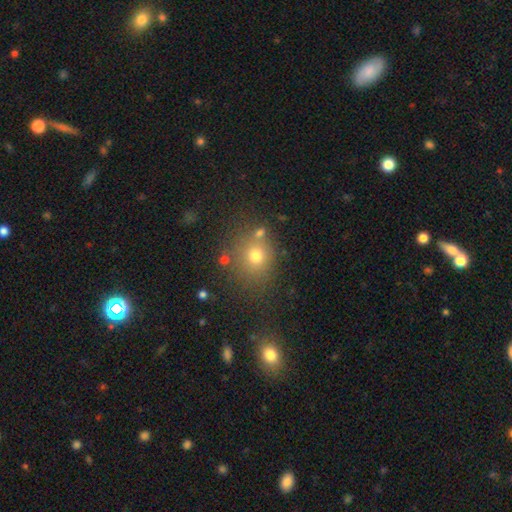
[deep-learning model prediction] This is likely a smooth galaxy (70%). How rounded: clearly round (81%). Merging: likely none (73%).